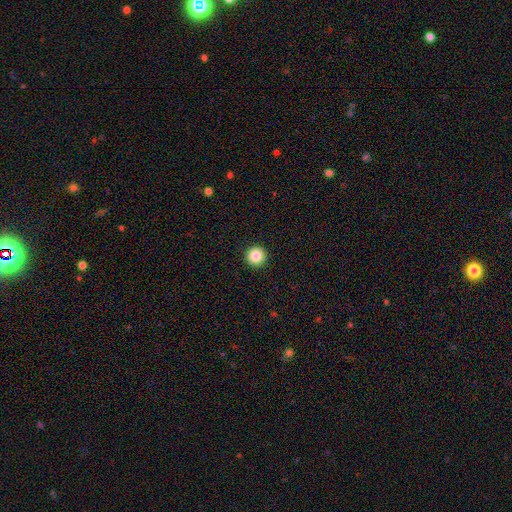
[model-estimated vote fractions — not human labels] smooth 86%, star or artifact 10%, featured or disk 4%. Down the decision tree: how rounded — round (97%); merging — none (94%).